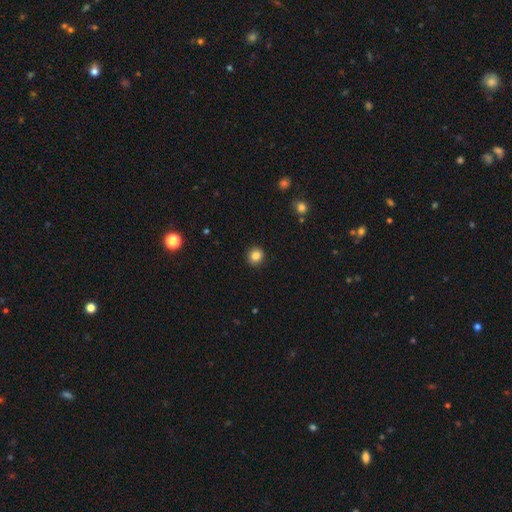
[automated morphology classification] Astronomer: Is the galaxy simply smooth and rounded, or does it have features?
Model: smooth — 84%.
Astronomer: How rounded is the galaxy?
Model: round — 87%.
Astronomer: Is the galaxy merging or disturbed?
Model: none — 91%.